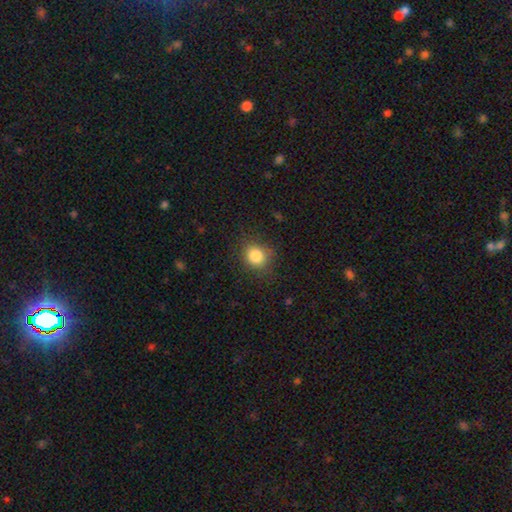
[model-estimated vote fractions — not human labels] smooth_or_featured: smooth (p=0.83) [alt: star or artifact p=0.11]
how_rounded: round (p=0.78) [alt: in between p=0.21]
merging: none (p=0.83) [alt: minor disturbance p=0.12]